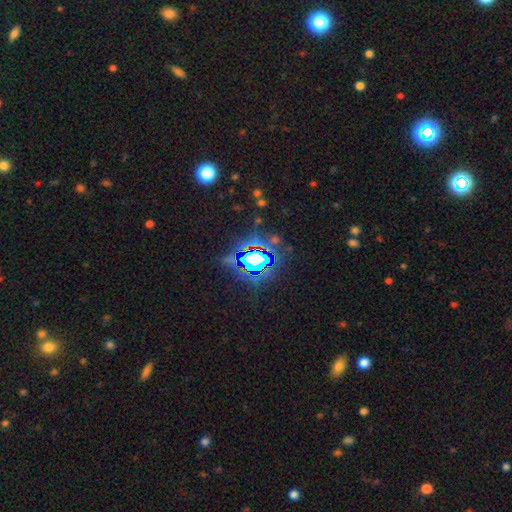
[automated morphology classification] Overall: star or artifact (76%).